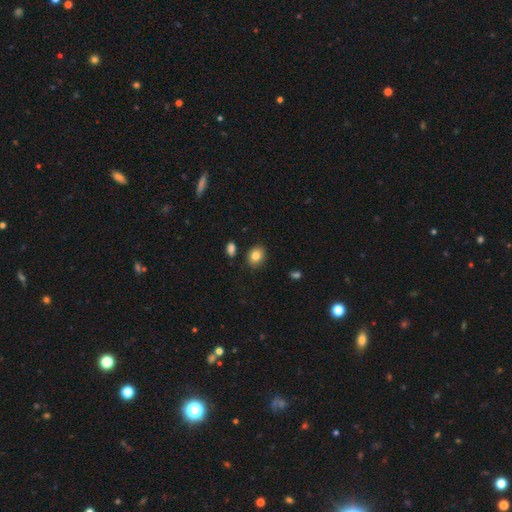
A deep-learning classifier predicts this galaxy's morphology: This appears to be a smooth galaxy with no disk features (83%) that is round (51%). Merging: none (86%).